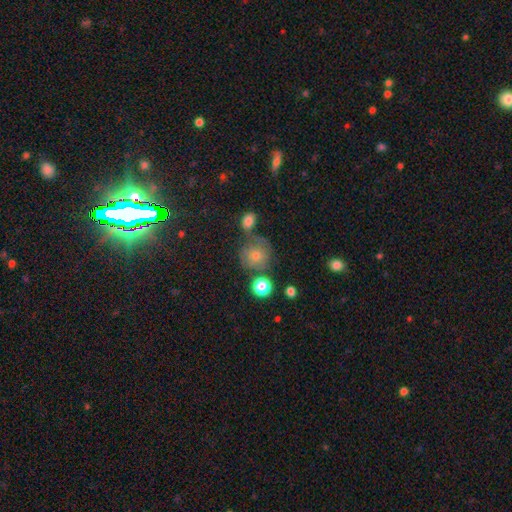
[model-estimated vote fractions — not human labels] A smooth galaxy with no disk features (59%) that is round (86%).

Vote fractions:
- Smooth or featured? smooth: 59% / featured or disk: 23% / star or artifact: 18%
- How rounded? round: 86% / in between: 13% / cigar-shaped: 1%
- Merging? none: 62% / minor disturbance: 17% / merger: 14% / major disturbance: 8%